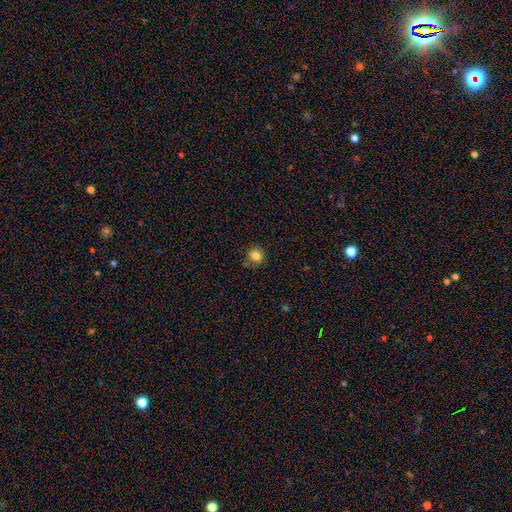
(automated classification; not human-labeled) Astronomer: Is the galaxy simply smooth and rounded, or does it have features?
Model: smooth — 82%.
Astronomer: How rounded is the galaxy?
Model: round — 72%.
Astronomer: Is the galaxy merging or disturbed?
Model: none — 80%.